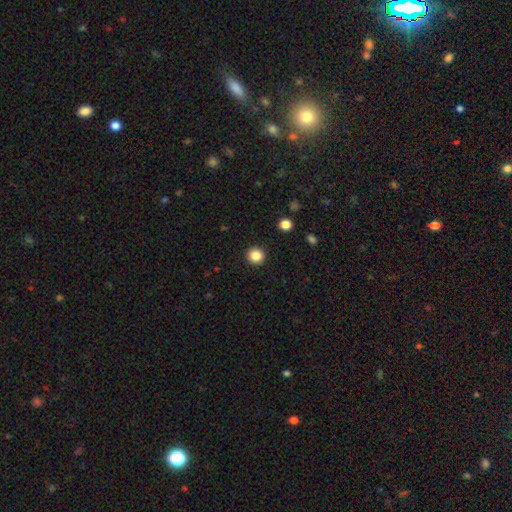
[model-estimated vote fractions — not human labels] The model was most divided on "smooth or featured": smooth: 86%, star or artifact: 11%, featured or disk: 4%. More confident: merging — none (92%); how rounded — round (92%).